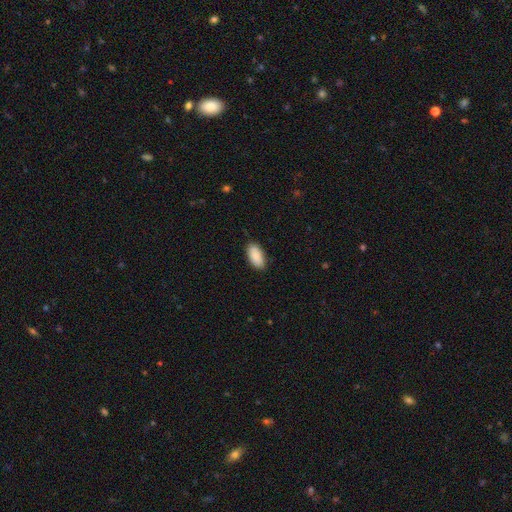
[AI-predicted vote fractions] A smooth galaxy with no disk features (89%) that is in between round and cigar-shaped (94%).

Vote fractions:
- Smooth or featured? smooth: 89% / star or artifact: 6% / featured or disk: 5%
- How rounded? in between: 94% / cigar-shaped: 4% / round: 2%
- Merging? none: 85% / minor disturbance: 11% / major disturbance: 2% / merger: 1%